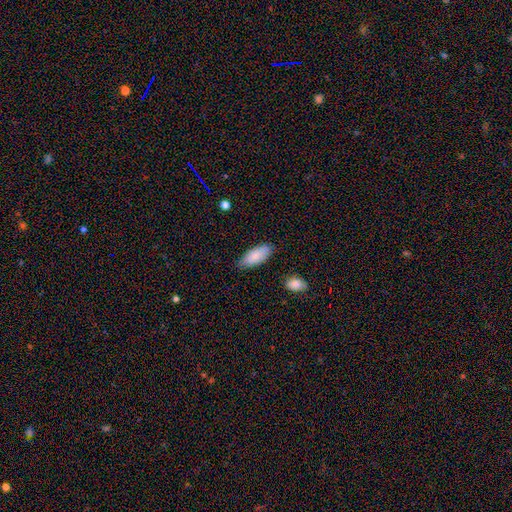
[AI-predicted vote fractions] Smooth or featured?
  - smooth: 86% *
  - featured or disk: 8%
  - star or artifact: 6%
How rounded?
  - in between: 85% *
  - cigar-shaped: 13%
  - round: 2%
Merging?
  - none: 79% *
  - minor disturbance: 17%
  - major disturbance: 3%
  - merger: 2%